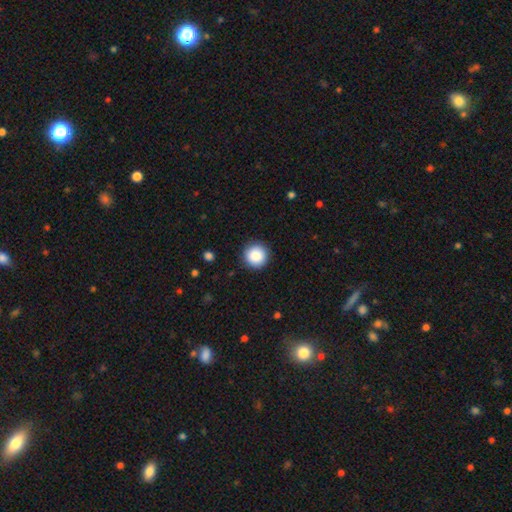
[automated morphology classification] Smooth or featured? Predicted: smooth (p=0.88). How rounded? Predicted: round (p=0.96). Merging? Predicted: none (p=0.91).